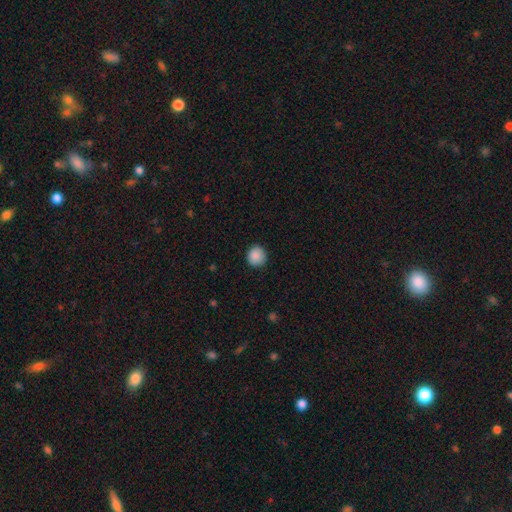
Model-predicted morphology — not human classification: smooth 88%, star or artifact 8%, featured or disk 4%. Down the decision tree: how rounded — round (91%); merging — none (89%).